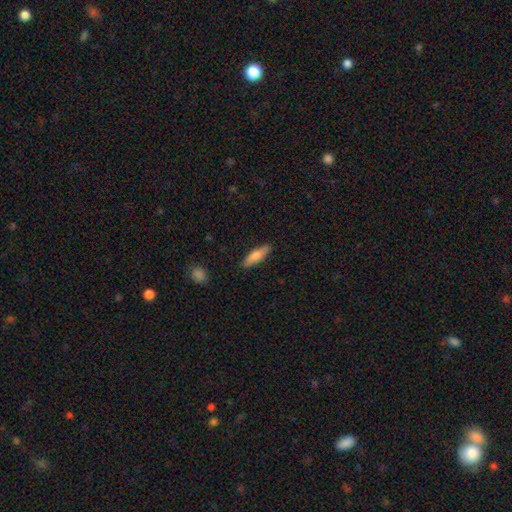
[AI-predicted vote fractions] This is likely a smooth galaxy (77%). How rounded: likely cigar-shaped (63%). Merging: clearly none (86%).